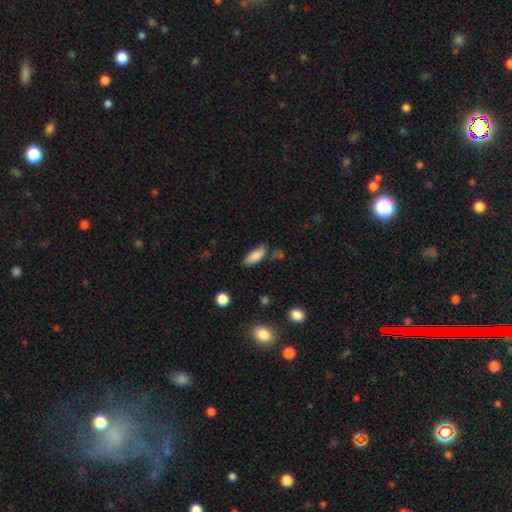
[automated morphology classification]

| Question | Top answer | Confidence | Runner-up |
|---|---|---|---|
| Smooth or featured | smooth | 86% | star or artifact (7%) |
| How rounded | in between | 76% | cigar-shaped (22%) |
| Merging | none | 72% | minor disturbance (19%) |